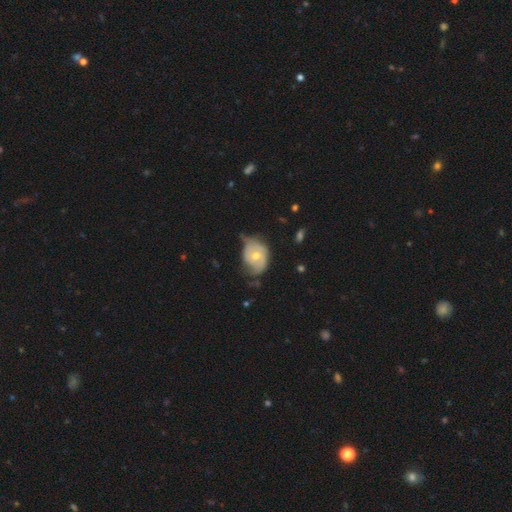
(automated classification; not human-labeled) Smooth or featured?
  - featured or disk: 52% *
  - smooth: 42%
  - star or artifact: 7%
Edge-on disk?
  - no: 95% *
  - yes: 5%
Merging?
  - minor disturbance: 44% *
  - none: 31%
  - major disturbance: 22%
  - merger: 3%